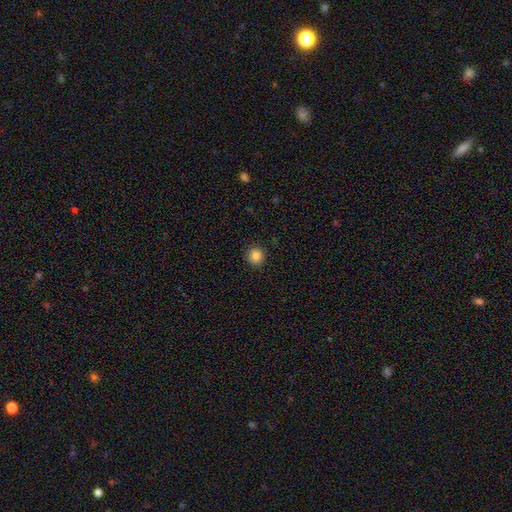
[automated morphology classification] type=smooth (84%); roundness=round (93%); merging=none (92%).